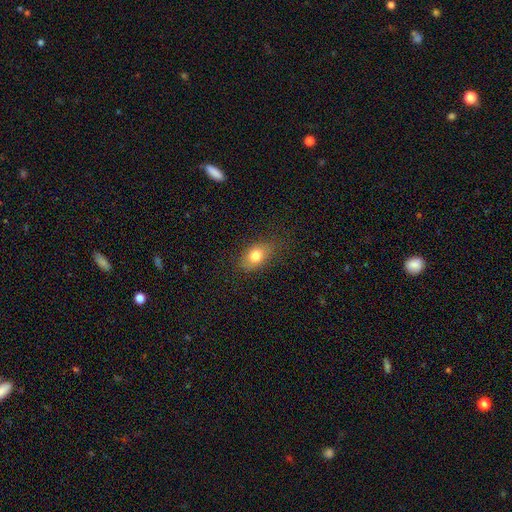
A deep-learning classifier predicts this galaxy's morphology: Q: Smooth or featured?
A: smooth (78%); runner-up: featured or disk (12%)
Q: How rounded?
A: in between (81%); runner-up: round (16%)
Q: Merging?
A: none (76%); runner-up: minor disturbance (17%)